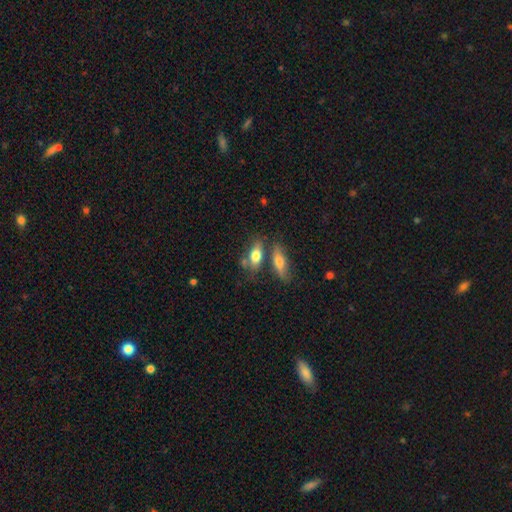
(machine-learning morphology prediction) Smooth or featured: smooth — 74% (featured or disk — 19%)
How rounded: in between — 76% (cigar-shaped — 17%)
Merging: none — 53% (merger — 27%)